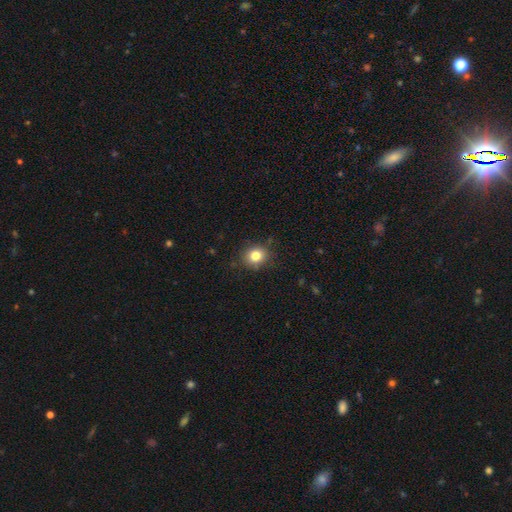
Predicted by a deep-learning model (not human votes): smooth_or_featured: smooth (p=0.81) [alt: star or artifact p=0.11]
how_rounded: round (p=0.74) [alt: in between p=0.25]
merging: none (p=0.85) [alt: minor disturbance p=0.11]